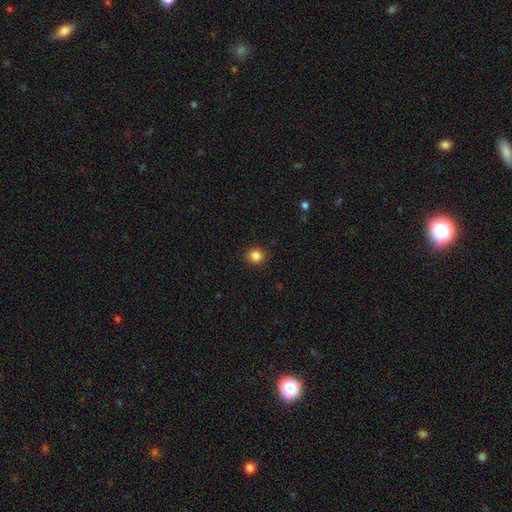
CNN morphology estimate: Overall: smooth (85%). How rounded: round (86%). Merging: none (91%).